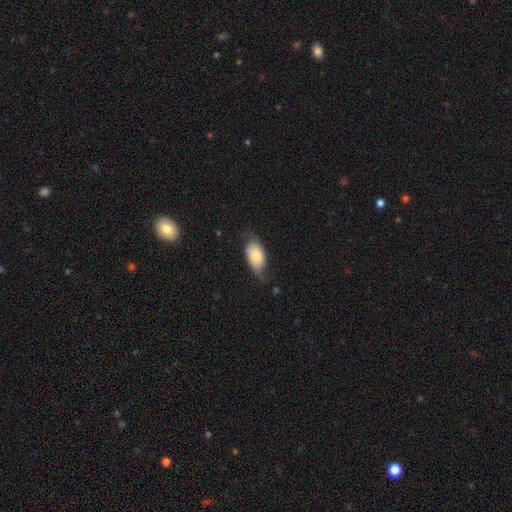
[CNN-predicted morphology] smooth 72%, featured or disk 21%, star or artifact 7%. Down the decision tree: how rounded — in between (92%); merging — none (52%).